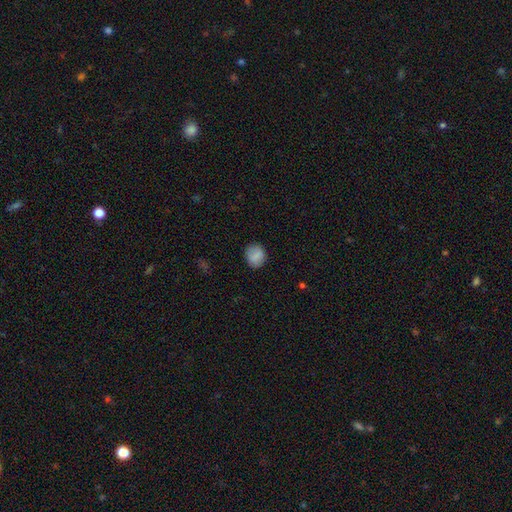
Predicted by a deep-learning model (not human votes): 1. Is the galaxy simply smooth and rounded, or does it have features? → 82% smooth, 9% featured or disk, 8% star or artifact.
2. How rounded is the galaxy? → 74% round, 25% in between, 1% cigar-shaped.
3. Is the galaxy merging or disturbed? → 85% none, 11% minor disturbance, 3% major disturbance, 1% merger.